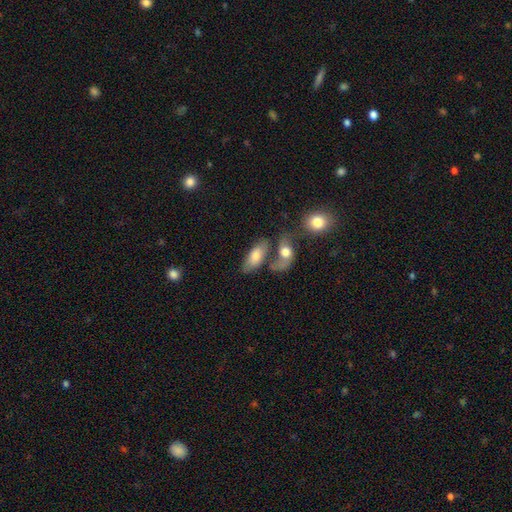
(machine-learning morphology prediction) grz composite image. It shows a smooth galaxy with no disk features (68%) that is in between round and cigar-shaped (86%). Merging: merger (40%).